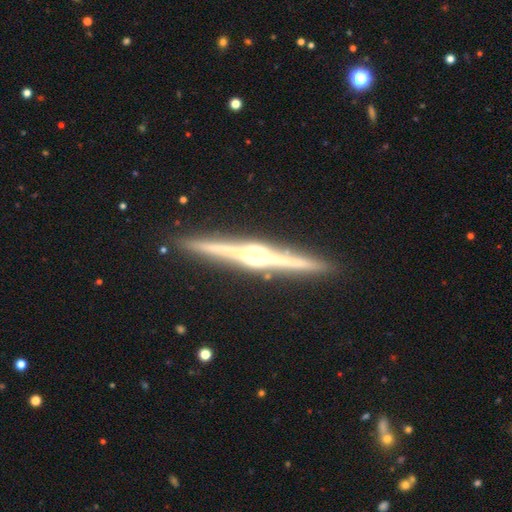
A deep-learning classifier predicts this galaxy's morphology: Overall: featured or disk (89%). Edge-on disk: yes (99%). Edge-on bulge: rounded (77%). Merging: none (92%).